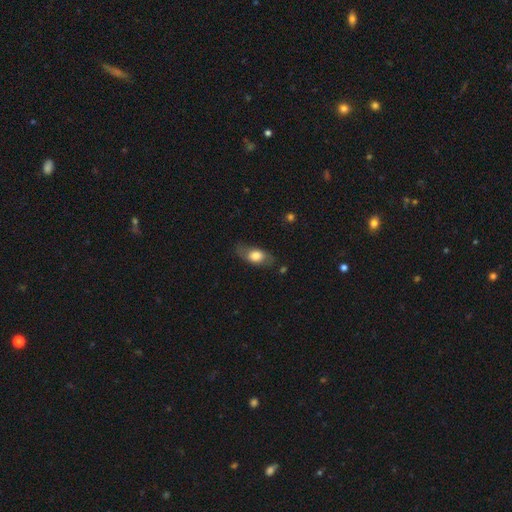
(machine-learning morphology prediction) A smooth galaxy with no disk features (68%) that is in between round and cigar-shaped (82%).

Vote fractions:
- Smooth or featured? smooth: 68% / featured or disk: 26% / star or artifact: 7%
- How rounded? in between: 82% / cigar-shaped: 9% / round: 9%
- Merging? none: 71% / minor disturbance: 21% / major disturbance: 7% / merger: 2%